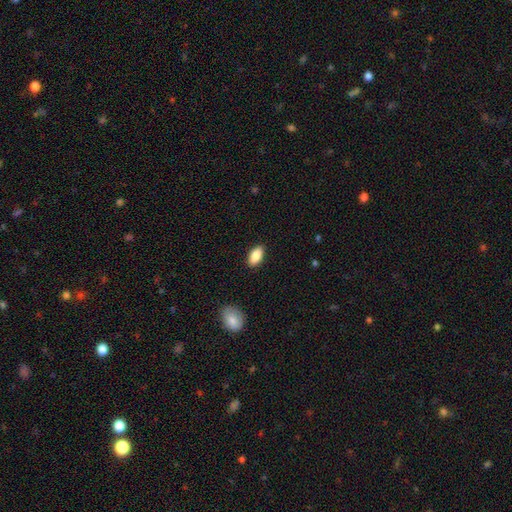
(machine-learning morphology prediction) Smooth or featured? Predicted: smooth (p=0.87). How rounded? Predicted: in between (p=0.91). Merging? Predicted: none (p=0.88).